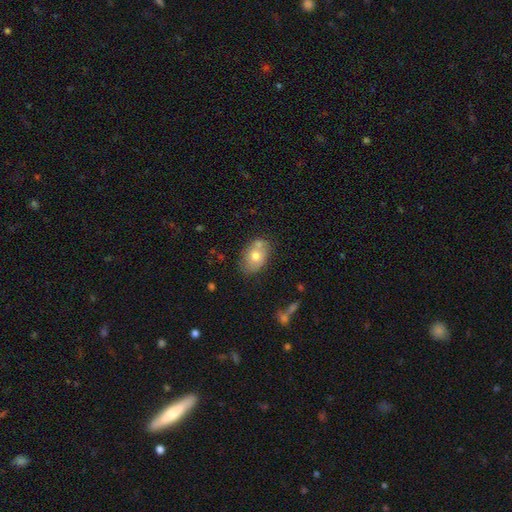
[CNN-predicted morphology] This is likely a smooth galaxy (68%). How rounded: clearly in between (83%). Merging: possibly none (60%).